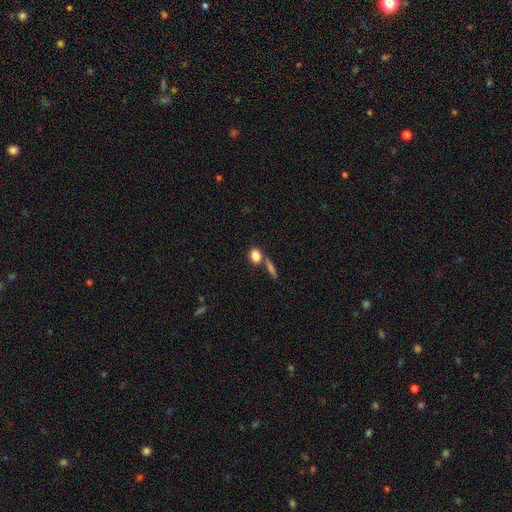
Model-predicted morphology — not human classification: The model was most divided on "how rounded" (2-way tie): in between: 47%, round: 47%, cigar-shaped: 6%. More confident: smooth or featured — smooth (83%); merging — none (57%).